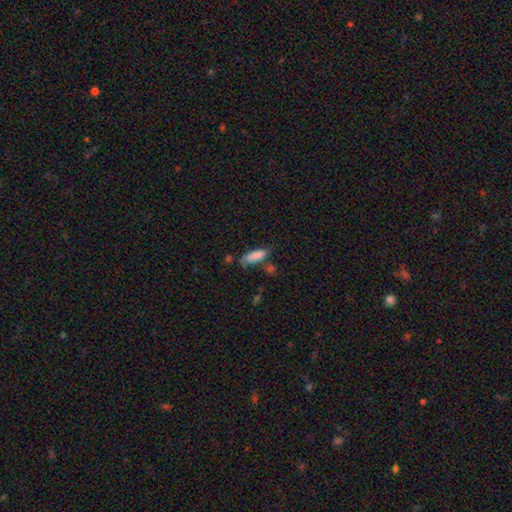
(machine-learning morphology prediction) Overall: smooth (82%). How rounded: in between (52%; cigar-shaped 46%). Merging: none (54%; minor disturbance 27%).